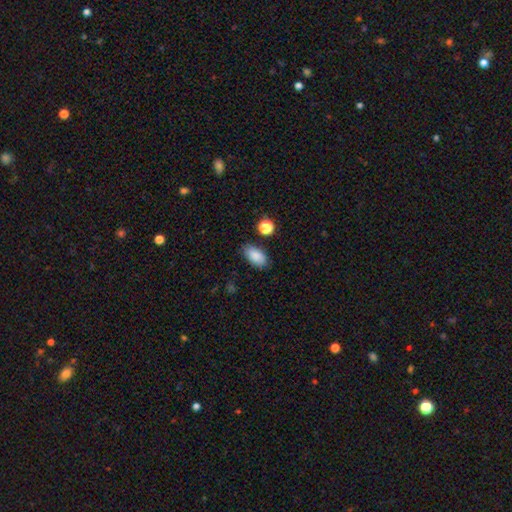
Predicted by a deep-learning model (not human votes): Smooth or featured?
  - smooth: 87% *
  - star or artifact: 8%
  - featured or disk: 5%
How rounded?
  - in between: 93% *
  - round: 5%
  - cigar-shaped: 2%
Merging?
  - none: 82% *
  - minor disturbance: 12%
  - merger: 3%
  - major disturbance: 3%